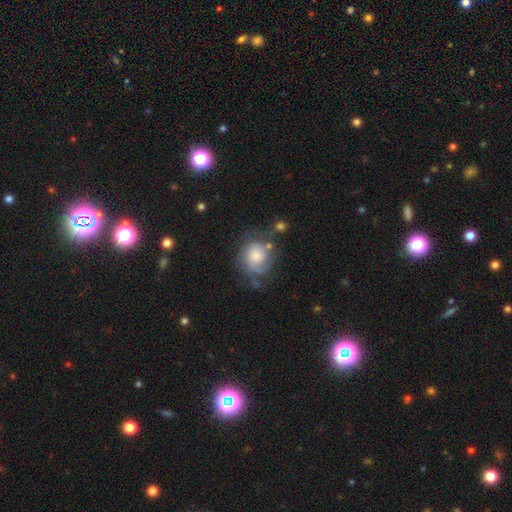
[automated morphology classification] Smooth or featured? Predicted: smooth (p=0.55). How rounded? Predicted: round (p=0.76). Merging? Predicted: none (p=0.48).